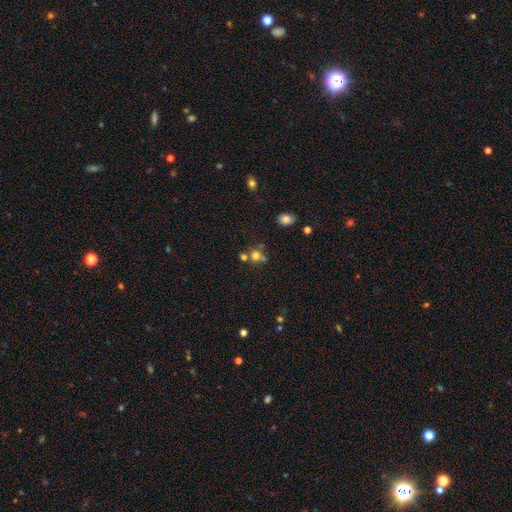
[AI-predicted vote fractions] Overall: smooth (65%). How rounded: round (73%). Merging: none (46%; merger 36%).